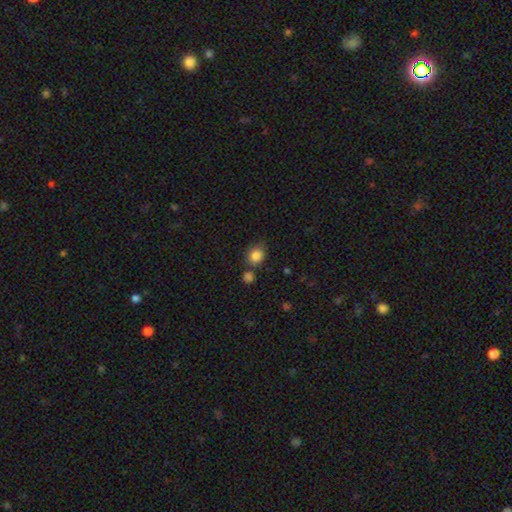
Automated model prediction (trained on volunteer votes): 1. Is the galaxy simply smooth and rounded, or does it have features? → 85% smooth, 10% star or artifact, 5% featured or disk.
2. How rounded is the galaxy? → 66% round, 33% in between, 1% cigar-shaped.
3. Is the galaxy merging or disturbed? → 66% none, 15% minor disturbance, 14% merger, 5% major disturbance.